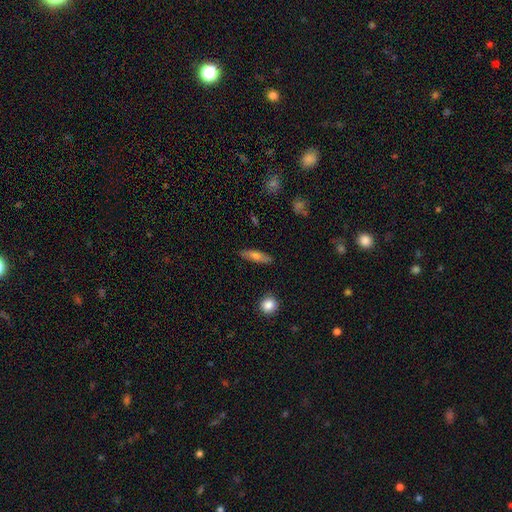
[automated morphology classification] smooth-or-featured: smooth: 63% | featured or disk: 29% | star or artifact: 7%
  how-rounded: cigar-shaped: 64% | in between: 32% | round: 3%
  merging: none: 87% | minor disturbance: 10% | major disturbance: 2% | merger: 1%